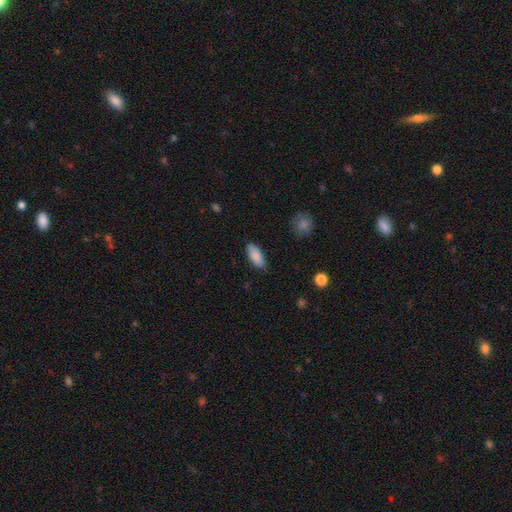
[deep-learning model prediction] Smooth or featured: smooth — 88% (star or artifact — 6%)
How rounded: in between — 82% (cigar-shaped — 17%)
Merging: none — 85% (minor disturbance — 12%)